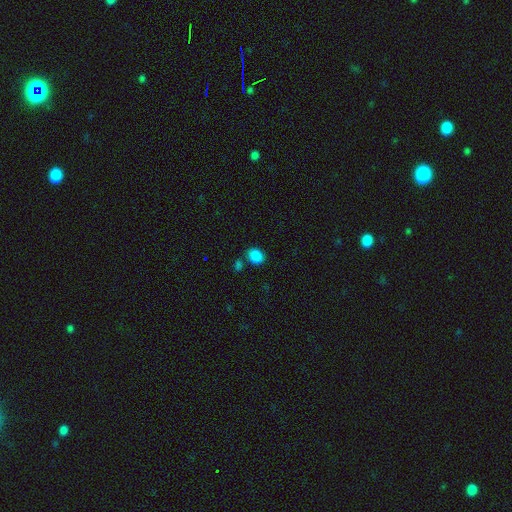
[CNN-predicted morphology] The model was most divided on "how rounded": round: 57%, in between: 42%, cigar-shaped: 1%. More confident: smooth or featured — smooth (86%); merging — none (72%).